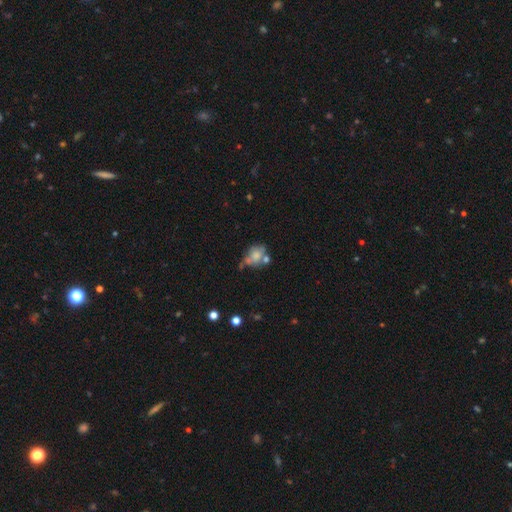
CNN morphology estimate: Smooth or featured?
  - smooth: 59% *
  - featured or disk: 30%
  - star or artifact: 12%
How rounded?
  - in between: 61% *
  - round: 37%
  - cigar-shaped: 2%
Merging?
  - merger: 31% *
  - none: 30%
  - minor disturbance: 23%
  - major disturbance: 16%